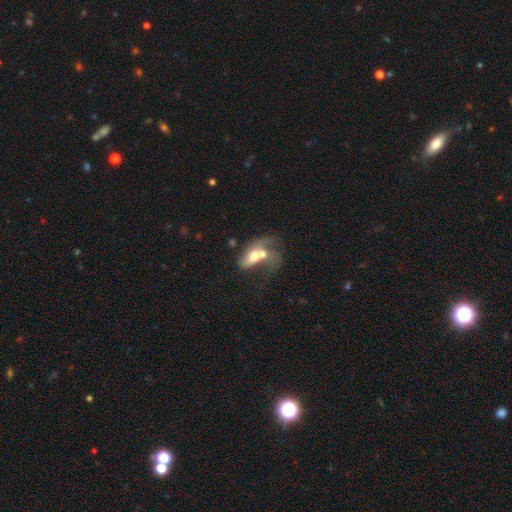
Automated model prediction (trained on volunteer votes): This is possibly a smooth galaxy (48%). Merging: likely merger (69%).